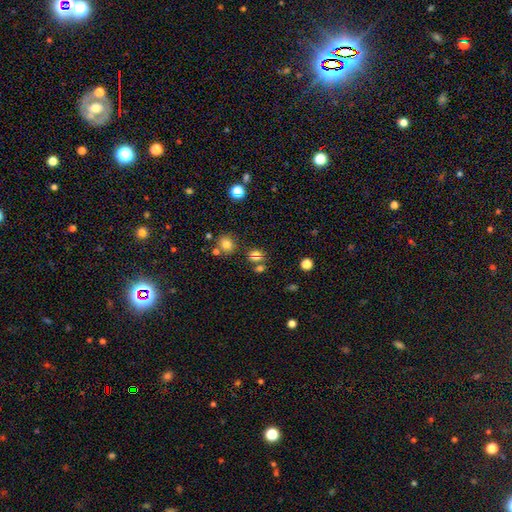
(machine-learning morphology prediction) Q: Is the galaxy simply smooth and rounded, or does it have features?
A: smooth — 68%.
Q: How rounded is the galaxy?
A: round — 70%.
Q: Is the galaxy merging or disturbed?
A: none — 57%.